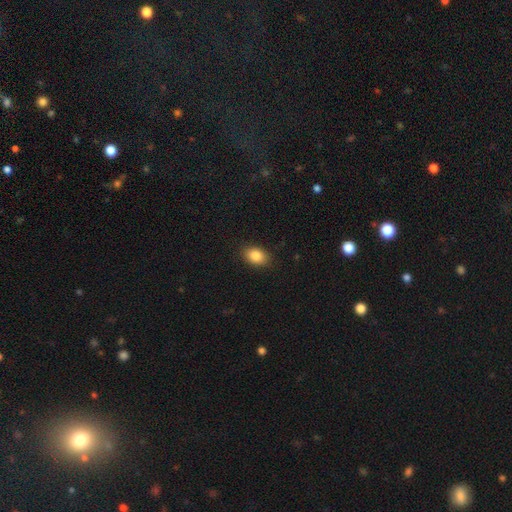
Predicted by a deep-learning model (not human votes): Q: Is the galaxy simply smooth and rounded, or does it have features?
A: smooth — 87%.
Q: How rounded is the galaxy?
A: in between — 81%.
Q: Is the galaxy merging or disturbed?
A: none — 88%.